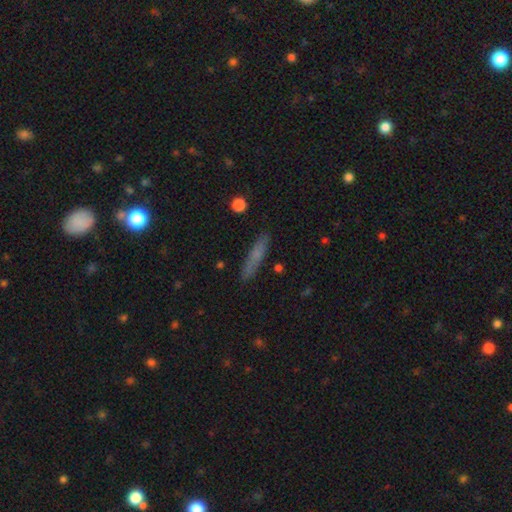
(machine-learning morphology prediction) Q: Smooth or featured?
A: smooth (65%); runner-up: featured or disk (26%)
Q: How rounded?
A: cigar-shaped (89%); runner-up: in between (9%)
Q: Merging?
A: none (86%); runner-up: minor disturbance (10%)